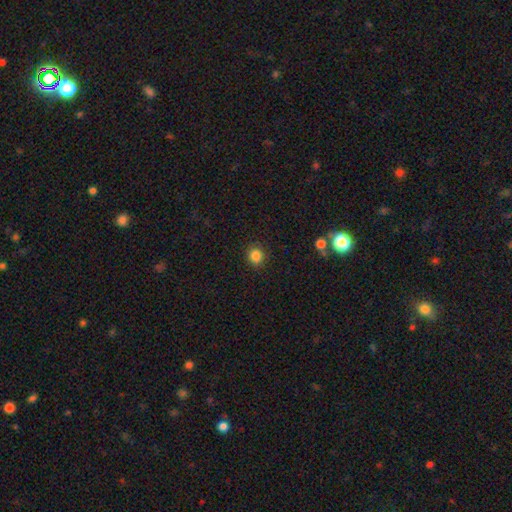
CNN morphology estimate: Overall: smooth (85%). How rounded: round (85%). Merging: none (90%).